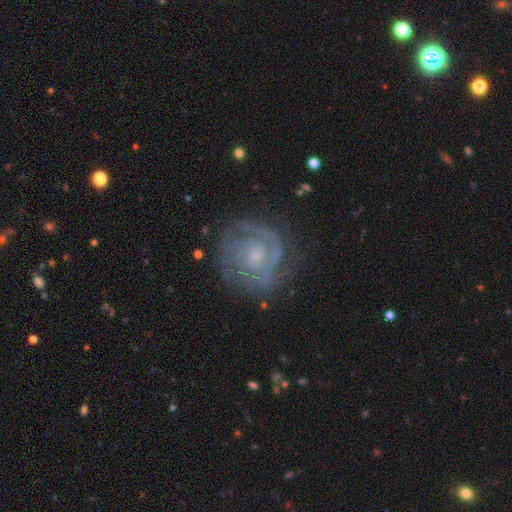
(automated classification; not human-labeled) smooth_or_featured: featured or disk (p=0.85) [alt: smooth p=0.08]
disk_edge_on: no (p=0.98) [alt: yes p=0.02]
bar: no (p=0.66) [alt: weak p=0.29]
has_spiral_arms: yes (p=0.96) [alt: no p=0.04]
spiral_winding: tight (p=0.70) [alt: medium p=0.25]
spiral_arm_count: 2 (p=0.46) [alt: can't tell p=0.20]
bulge_size: small (p=0.60) [alt: moderate p=0.29]
merging: none (p=0.77) [alt: minor disturbance p=0.15]